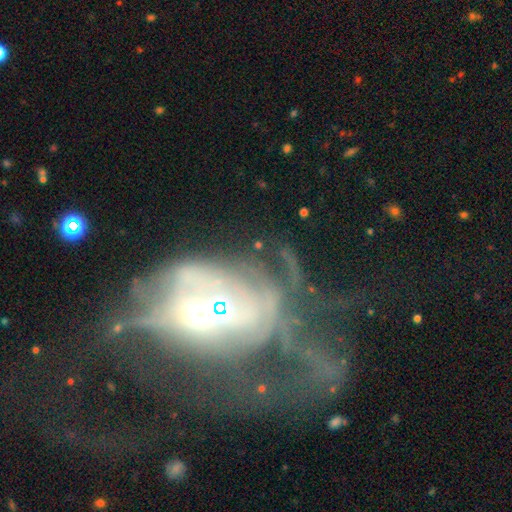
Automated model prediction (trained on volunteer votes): Overall: featured or disk (66%). Edge-on disk: no (93%). Bar: no (79%). Spiral arms: no (62%; yes 38%). Bulge size: moderate (53%; small 31%). Merging: major disturbance (50%; merger 31%).